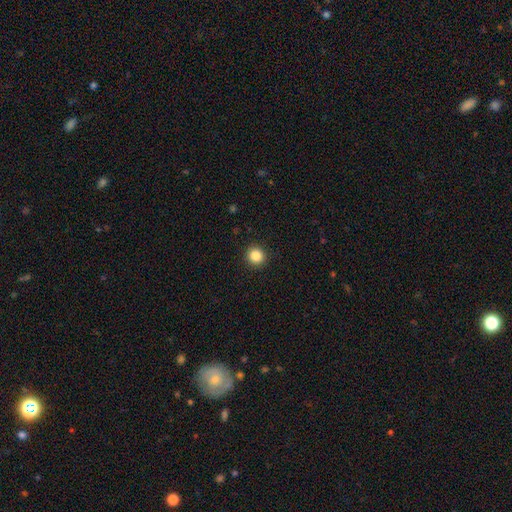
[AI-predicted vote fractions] Smooth or featured? smooth (86%)
How rounded? round (93%)
Merging? none (92%)